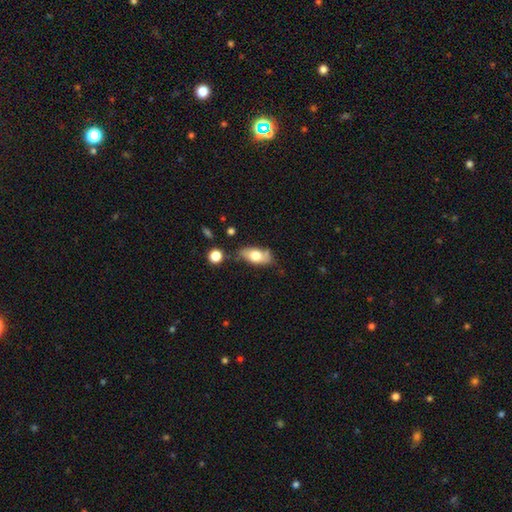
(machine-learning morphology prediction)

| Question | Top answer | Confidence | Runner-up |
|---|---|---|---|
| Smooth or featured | smooth | 68% | featured or disk (25%) |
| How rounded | in between | 86% | cigar-shaped (10%) |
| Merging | none | 69% | minor disturbance (20%) |